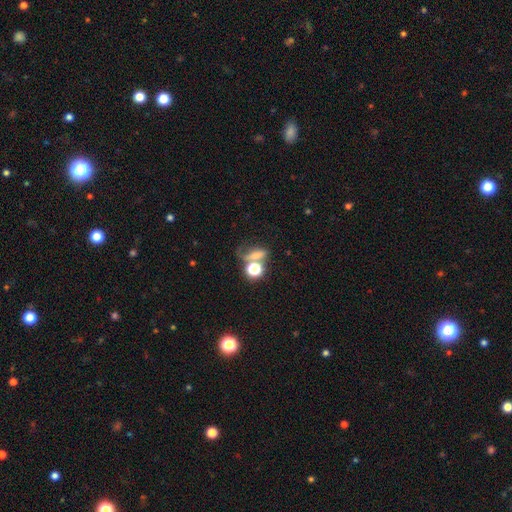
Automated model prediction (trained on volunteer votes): A smooth galaxy with no disk features (57%) that is in between round and cigar-shaped (45%). Merging: none (41%).